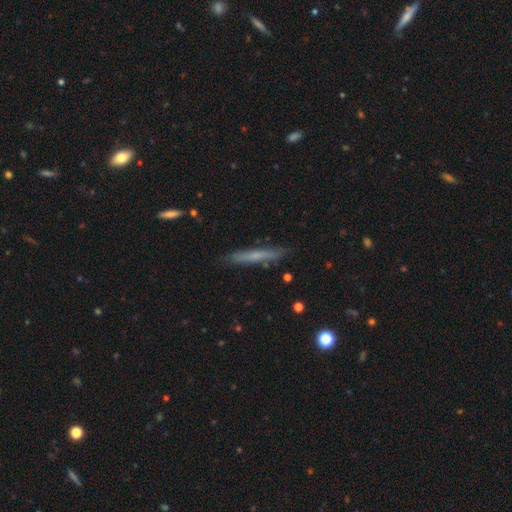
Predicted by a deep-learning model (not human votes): A smooth galaxy with no disk features (54%) that is cigar-shaped (94%).

Vote fractions:
- Smooth or featured? smooth: 54% / featured or disk: 39% / star or artifact: 7%
- How rounded? cigar-shaped: 94% / in between: 4% / round: 2%
- Merging? none: 86% / minor disturbance: 10% / major disturbance: 2% / merger: 2%